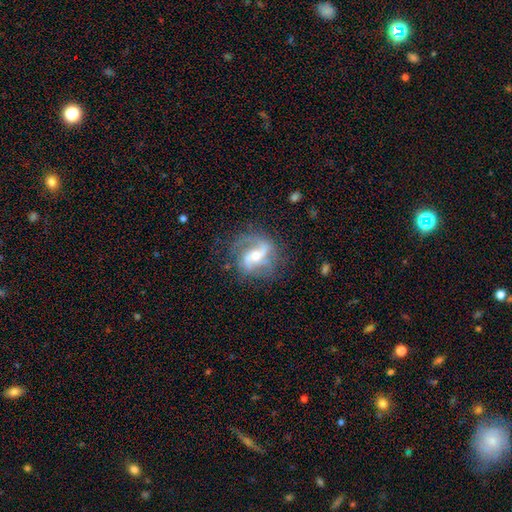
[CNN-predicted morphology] Smooth or featured? Predicted: featured or disk (p=0.84). Edge-on disk? Predicted: no (p=0.97). Bar? Predicted: weak (p=0.40). Spiral arms? Predicted: yes (p=0.94). Spiral winding? Predicted: medium (p=0.44). Spiral arm count? Predicted: 2 (p=0.80). Bulge size? Predicted: moderate (p=0.55). Merging? Predicted: none (p=0.69).